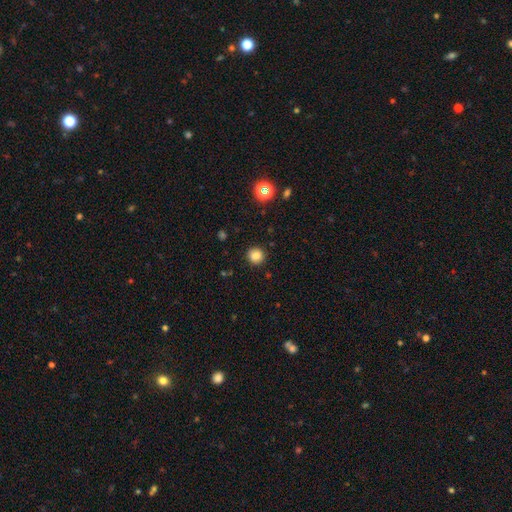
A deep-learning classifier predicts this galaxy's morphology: Q: Smooth or featured?
A: smooth (84%); runner-up: star or artifact (12%)
Q: How rounded?
A: round (92%); runner-up: in between (7%)
Q: Merging?
A: none (91%); runner-up: minor disturbance (6%)